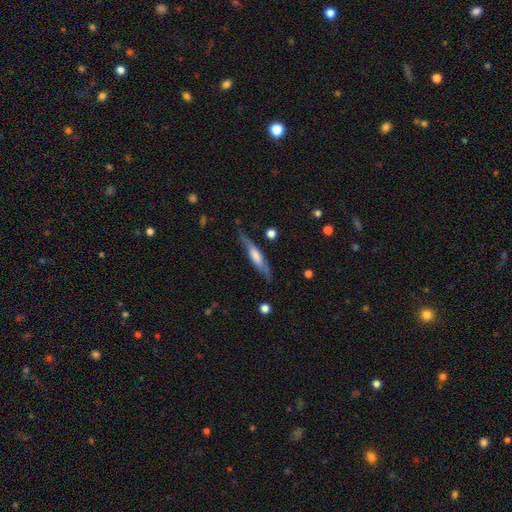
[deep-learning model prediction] Morphology: type=featured or disk (57%); edge-on=yes (84%); merging=none (75%).